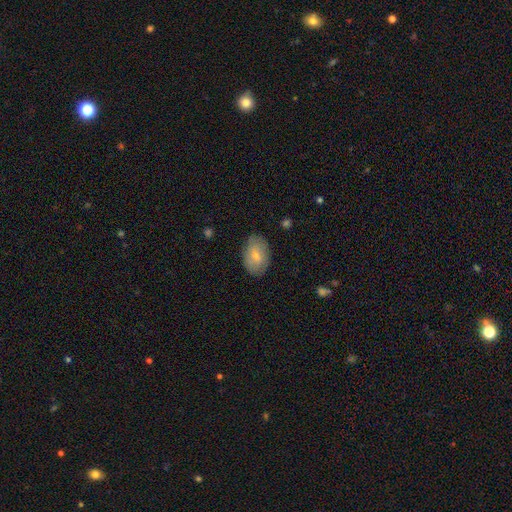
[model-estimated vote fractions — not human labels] Smooth or featured? Predicted: smooth (p=0.71). How rounded? Predicted: in between (p=0.87). Merging? Predicted: none (p=0.79).